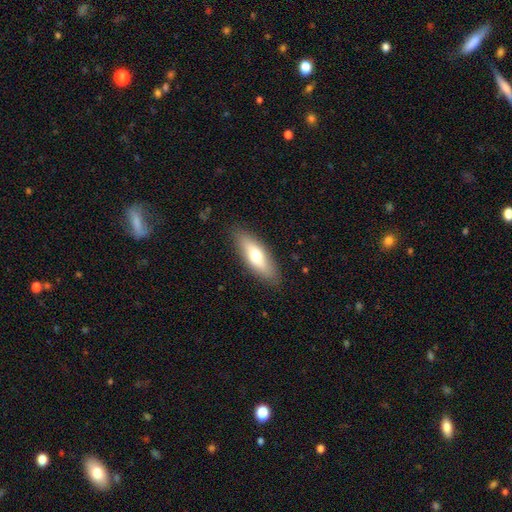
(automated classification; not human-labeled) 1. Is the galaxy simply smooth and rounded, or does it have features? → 65% smooth, 29% featured or disk, 6% star or artifact.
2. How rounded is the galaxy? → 58% in between, 40% cigar-shaped, 3% round.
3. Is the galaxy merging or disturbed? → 87% none, 10% minor disturbance, 2% major disturbance, 1% merger.